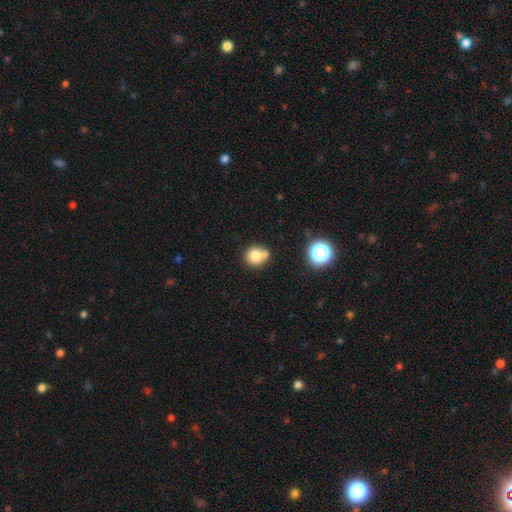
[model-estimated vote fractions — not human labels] The model was most divided on "merging": none: 58%, merger: 28%, minor disturbance: 11%, major disturbance: 3%. More confident: how rounded — round (89%); smooth or featured — smooth (78%).